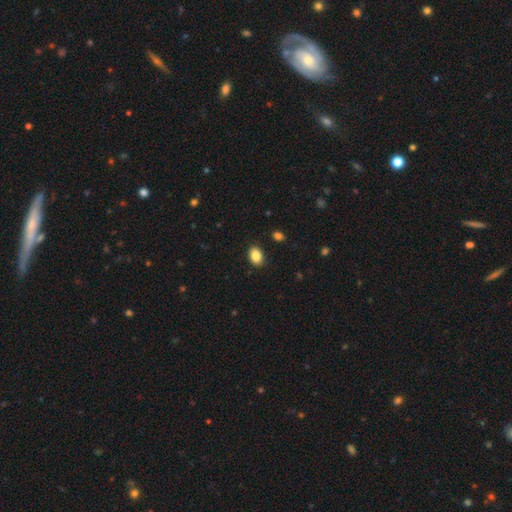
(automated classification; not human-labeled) The model was most divided on "how rounded": in between: 77%, round: 22%, cigar-shaped: 1%. More confident: merging — none (88%); smooth or featured — smooth (87%).